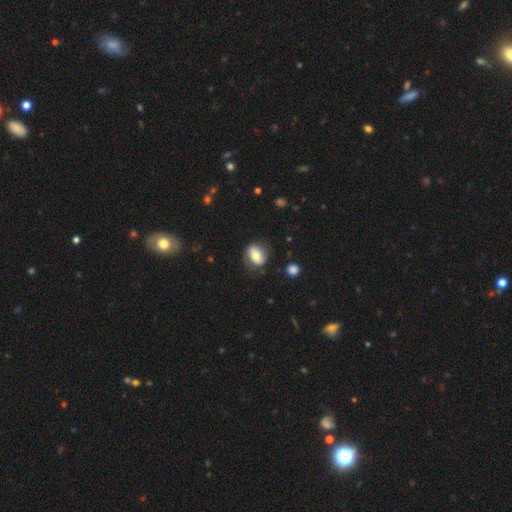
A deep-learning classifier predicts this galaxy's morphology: Smooth or featured?
  - smooth: 56% *
  - featured or disk: 36%
  - star or artifact: 8%
How rounded?
  - in between: 54% *
  - round: 44%
  - cigar-shaped: 2%
Merging?
  - none: 73% *
  - minor disturbance: 18%
  - major disturbance: 7%
  - merger: 2%